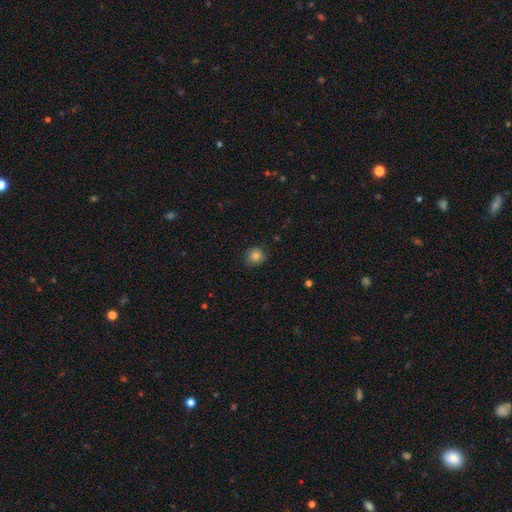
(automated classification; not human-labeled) Smooth or featured?
  - smooth: 81% *
  - star or artifact: 11%
  - featured or disk: 8%
How rounded?
  - round: 89% *
  - in between: 10%
  - cigar-shaped: 1%
Merging?
  - none: 81% *
  - minor disturbance: 15%
  - major disturbance: 3%
  - merger: 1%